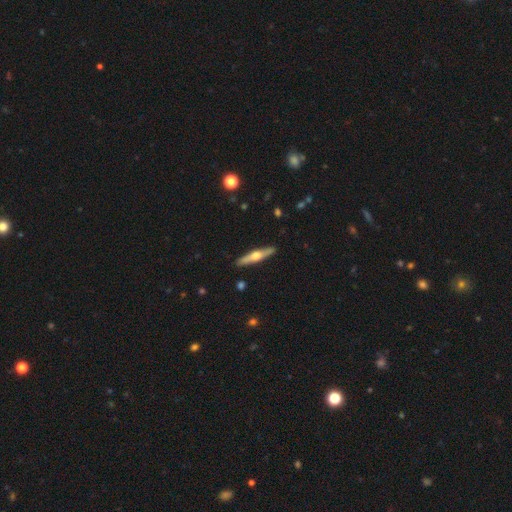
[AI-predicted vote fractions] featured or disk 64%, smooth 31%, star or artifact 5%. Down the decision tree: edge-on disk — yes (96%); edge-on bulge — rounded (92%); merging — none (90%).